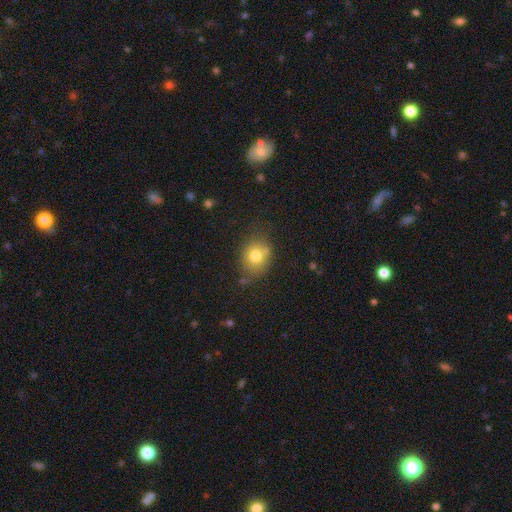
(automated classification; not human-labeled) smooth_or_featured: smooth (p=0.76) [alt: featured or disk p=0.13]
how_rounded: round (p=0.60) [alt: in between p=0.39]
merging: none (p=0.71) [alt: minor disturbance p=0.17]